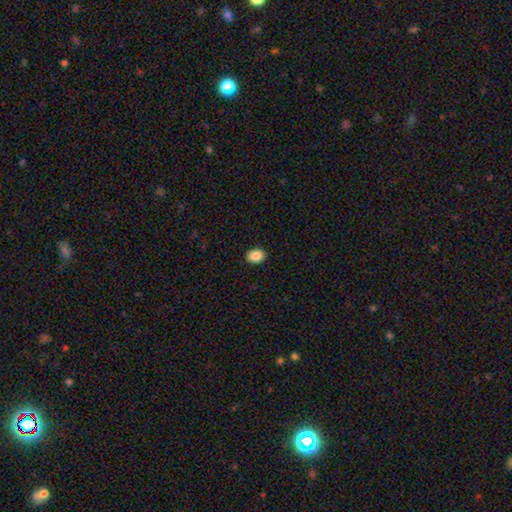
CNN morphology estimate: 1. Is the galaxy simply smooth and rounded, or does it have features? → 87% smooth, 9% star or artifact, 4% featured or disk.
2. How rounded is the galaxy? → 59% in between, 41% round, 1% cigar-shaped.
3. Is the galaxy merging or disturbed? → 92% none, 6% minor disturbance, 2% major disturbance, 1% merger.